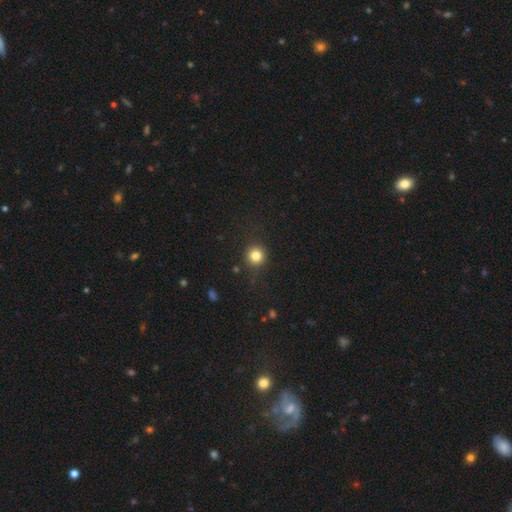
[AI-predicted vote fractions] This is clearly a smooth galaxy (82%). How rounded: clearly round (93%). Merging: clearly none (89%).